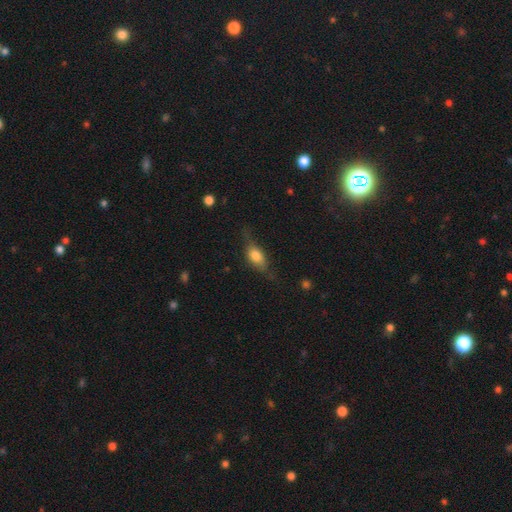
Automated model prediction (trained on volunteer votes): Q: Smooth or featured?
A: smooth (68%); runner-up: featured or disk (25%)
Q: How rounded?
A: in between (77%); runner-up: cigar-shaped (15%)
Q: Merging?
A: none (55%); runner-up: minor disturbance (30%)